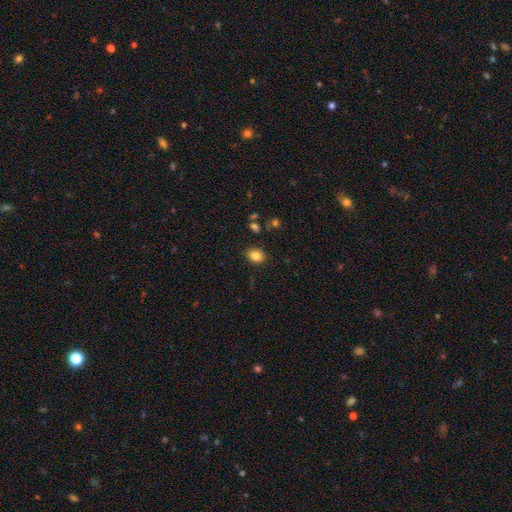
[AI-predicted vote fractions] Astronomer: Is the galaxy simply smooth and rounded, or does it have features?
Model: smooth — 84%.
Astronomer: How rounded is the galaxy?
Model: in between — 50% (runner-up: round, 49%).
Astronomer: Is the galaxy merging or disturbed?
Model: none — 87%.